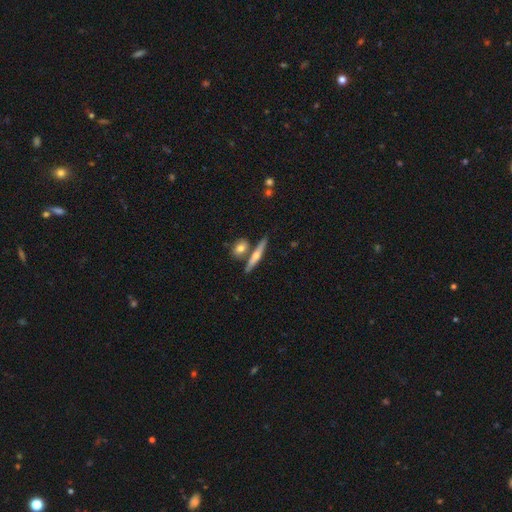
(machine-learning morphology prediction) Smooth or featured?
  - featured or disk: 54% *
  - smooth: 40%
  - star or artifact: 6%
Edge-on disk?
  - yes: 94% *
  - no: 6%
Edge-on bulge?
  - rounded: 86% *
  - none: 9%
  - boxy: 5%
Merging?
  - none: 69% *
  - merger: 20%
  - minor disturbance: 9%
  - major disturbance: 2%